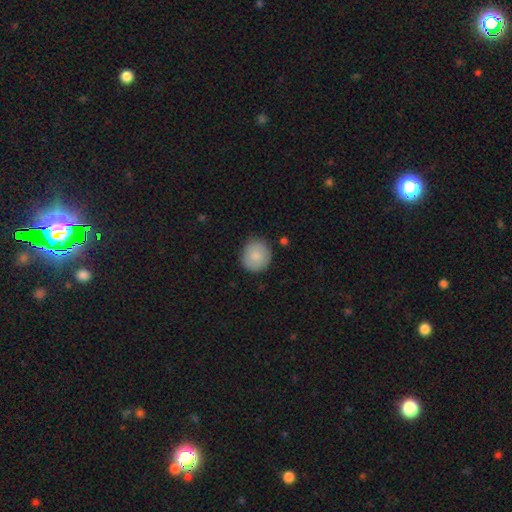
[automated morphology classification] Smooth or featured? smooth (86%)
How rounded? round (87%)
Merging? none (85%)